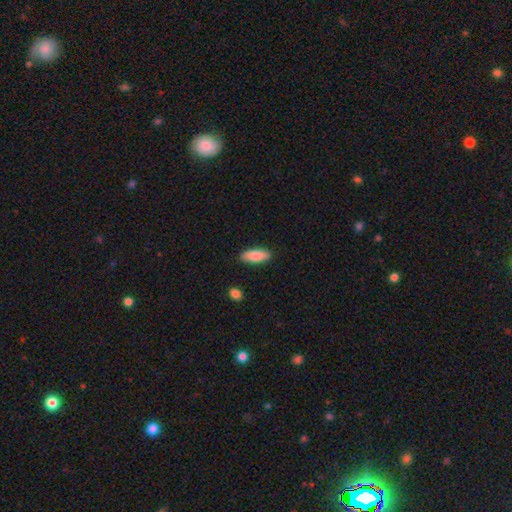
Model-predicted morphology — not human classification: smooth-or-featured: smooth: 85% | featured or disk: 9% | star or artifact: 6%
  how-rounded: in between: 72% | cigar-shaped: 26% | round: 2%
  merging: none: 86% | minor disturbance: 10% | major disturbance: 2% | merger: 2%